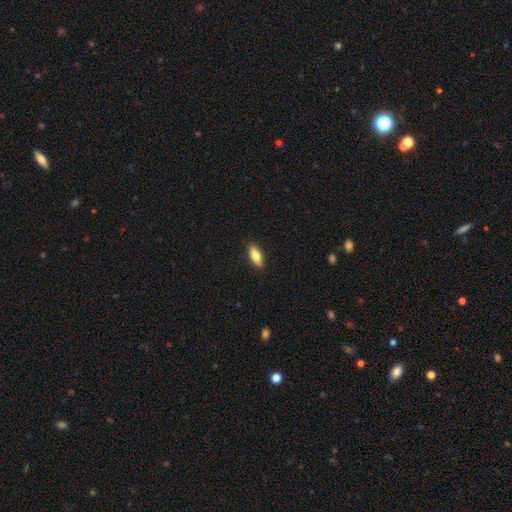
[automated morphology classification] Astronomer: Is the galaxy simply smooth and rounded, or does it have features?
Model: smooth — 76%.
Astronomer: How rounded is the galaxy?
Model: in between — 73%.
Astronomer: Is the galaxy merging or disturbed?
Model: none — 89%.